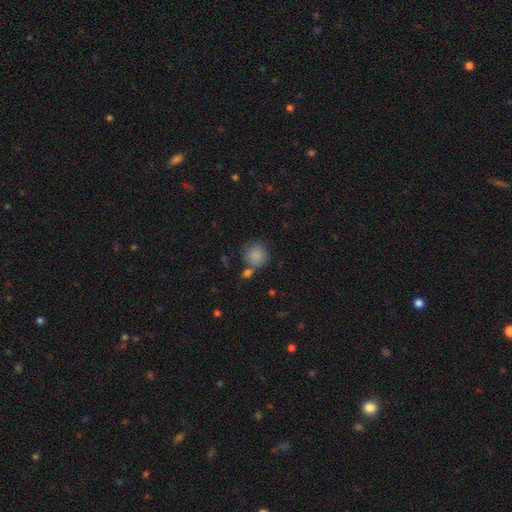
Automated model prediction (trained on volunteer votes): This is clearly a smooth galaxy (86%). How rounded: clearly round (87%). Merging: likely none (63%).